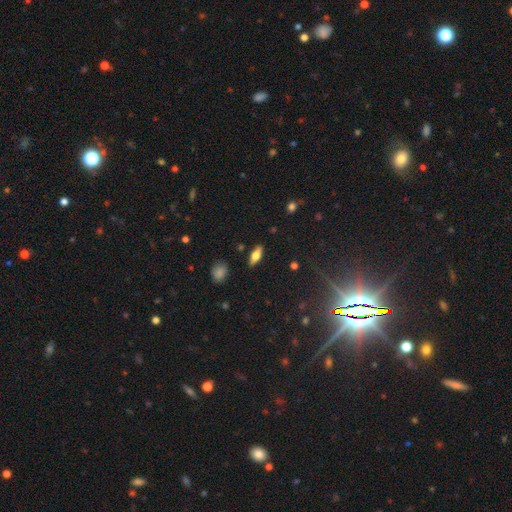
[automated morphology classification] type=smooth (59%); roundness=in between (69%); merging=none (87%).